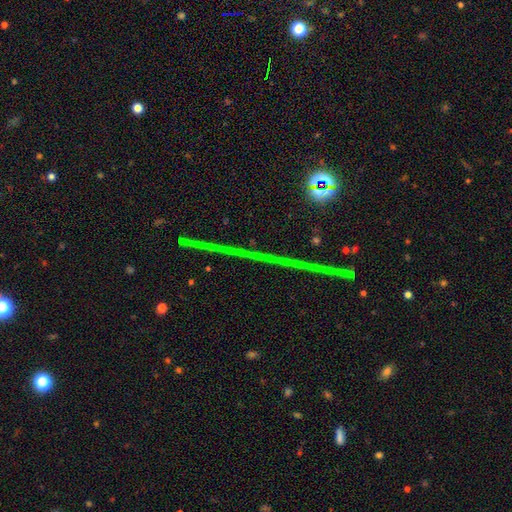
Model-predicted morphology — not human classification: The model was most divided on "smooth or featured": star or artifact: 79%, featured or disk: 13%, smooth: 8%.